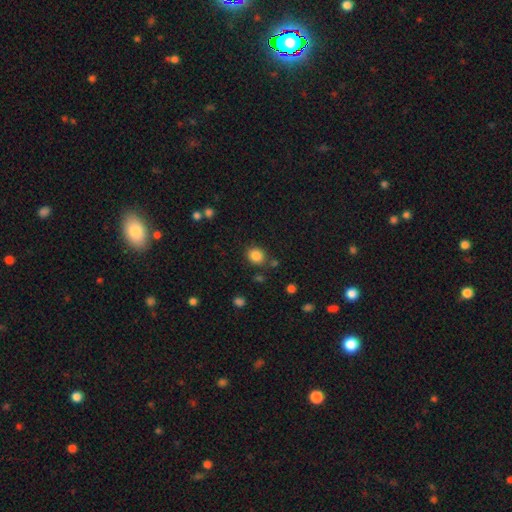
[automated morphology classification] This is clearly a smooth galaxy (85%). How rounded: likely round (69%). Merging: clearly none (80%).